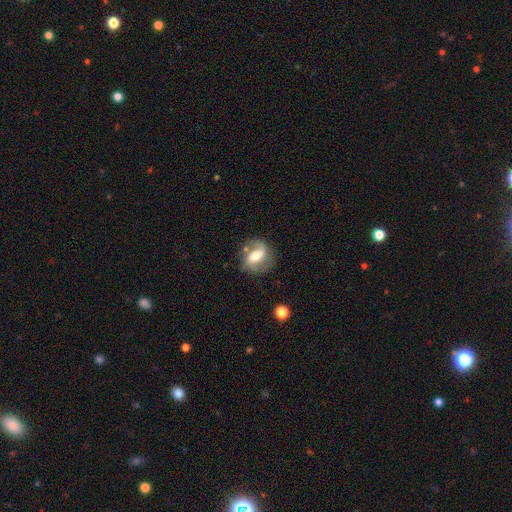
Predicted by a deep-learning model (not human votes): Smooth or featured?
  - featured or disk: 61% *
  - smooth: 31%
  - star or artifact: 8%
Edge-on disk?
  - no: 95% *
  - yes: 5%
Bar?
  - weak: 40% *
  - strong: 33%
  - no: 26%
Spiral arms?
  - yes: 79% *
  - no: 21%
Bulge size?
  - moderate: 65% *
  - small: 20%
  - large: 12%
  - none: 2%
  - dominant: 2%
Merging?
  - none: 65% *
  - minor disturbance: 20%
  - major disturbance: 9%
  - merger: 6%